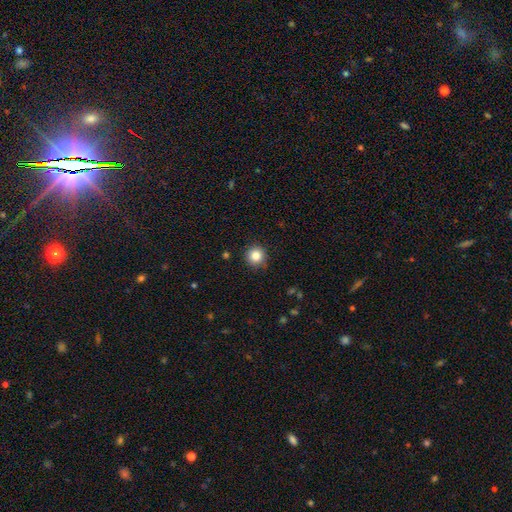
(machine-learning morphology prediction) Smooth or featured?
  - smooth: 84% *
  - star or artifact: 11%
  - featured or disk: 5%
How rounded?
  - round: 94% *
  - in between: 5%
  - cigar-shaped: 1%
Merging?
  - none: 89% *
  - minor disturbance: 7%
  - major disturbance: 2%
  - merger: 1%